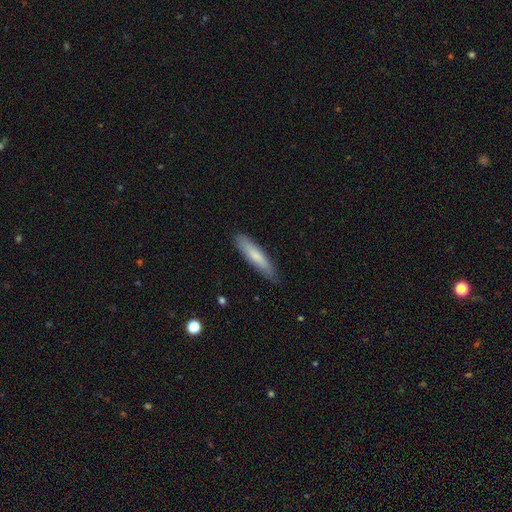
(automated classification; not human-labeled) This is likely a smooth galaxy (77%). How rounded: clearly cigar-shaped (83%). Merging: clearly none (85%).